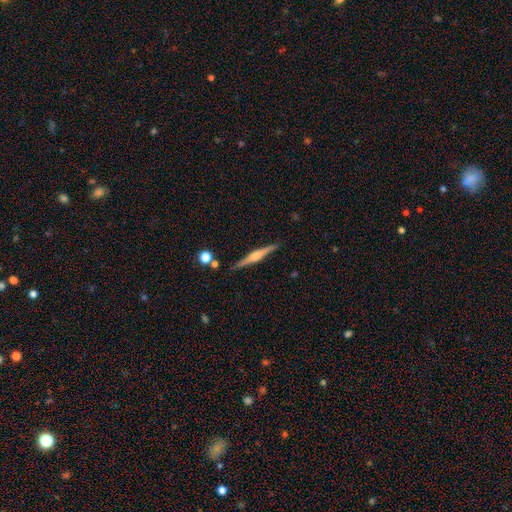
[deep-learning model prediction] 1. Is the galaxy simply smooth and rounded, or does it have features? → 76% featured or disk, 18% smooth, 6% star or artifact.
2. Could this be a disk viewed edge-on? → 98% yes, 2% no.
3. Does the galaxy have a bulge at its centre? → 81% rounded, 14% boxy, 5% none.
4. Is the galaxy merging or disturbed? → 88% none, 8% minor disturbance, 2% merger, 2% major disturbance.